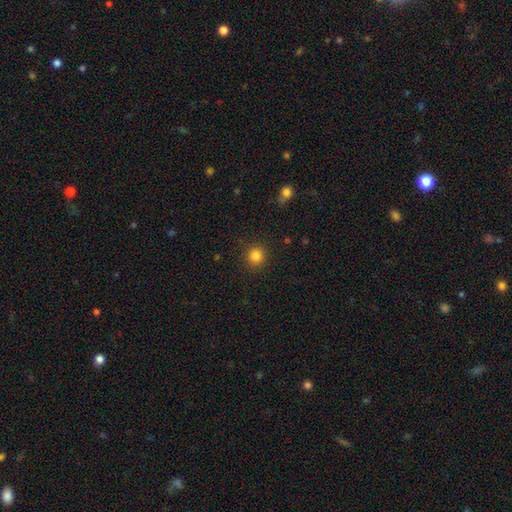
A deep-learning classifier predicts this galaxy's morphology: Smooth or featured?
  - smooth: 84% *
  - star or artifact: 12%
  - featured or disk: 4%
How rounded?
  - round: 93% *
  - in between: 6%
  - cigar-shaped: 1%
Merging?
  - none: 90% *
  - minor disturbance: 6%
  - major disturbance: 2%
  - merger: 1%